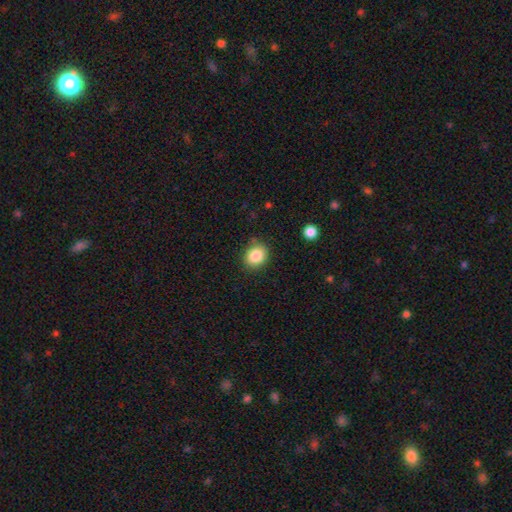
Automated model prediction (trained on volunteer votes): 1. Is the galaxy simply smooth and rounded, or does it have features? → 86% smooth, 9% star or artifact, 5% featured or disk.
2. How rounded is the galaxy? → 64% round, 36% in between, 1% cigar-shaped.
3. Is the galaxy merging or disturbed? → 84% none, 11% minor disturbance, 3% major disturbance, 2% merger.